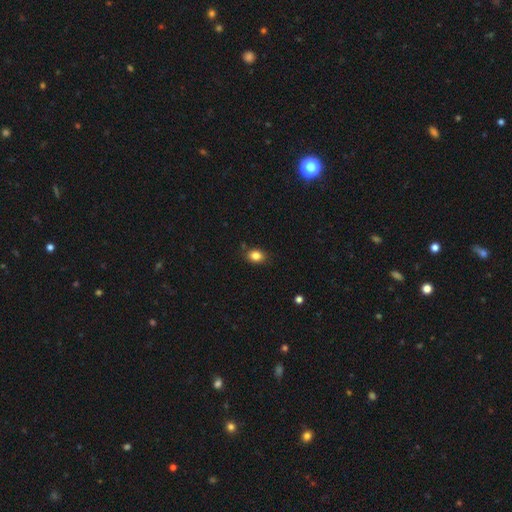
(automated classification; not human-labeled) Q: Smooth or featured?
A: smooth (84%); runner-up: star or artifact (10%)
Q: How rounded?
A: in between (67%); runner-up: round (32%)
Q: Merging?
A: none (83%); runner-up: minor disturbance (12%)